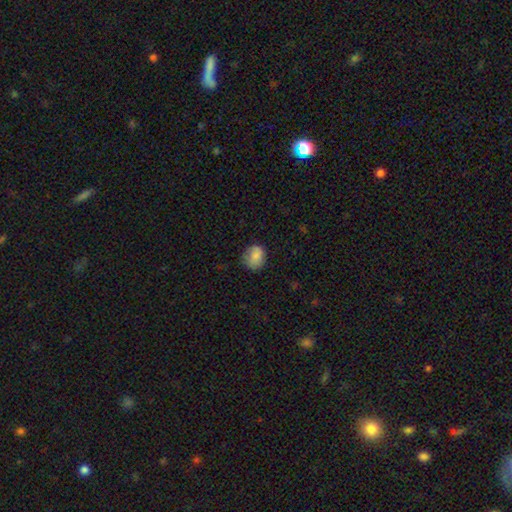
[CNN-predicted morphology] This appears to be a smooth galaxy with no disk features (82%) that is round (64%). Merging: none (70%).